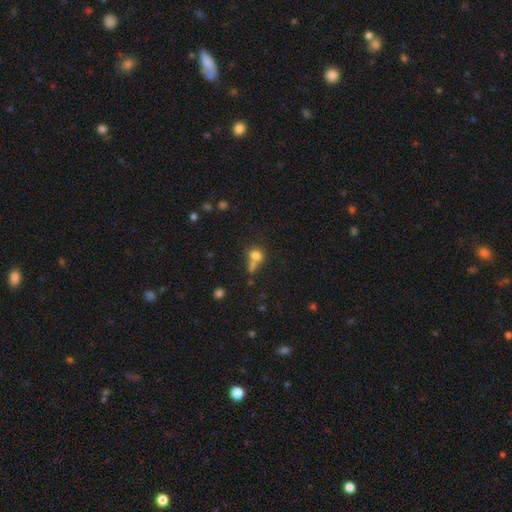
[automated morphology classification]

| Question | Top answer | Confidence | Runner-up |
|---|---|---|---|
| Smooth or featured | smooth | 74% | star or artifact (14%) |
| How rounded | round | 71% | in between (27%) |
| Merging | merger | 42% | none (38%) |